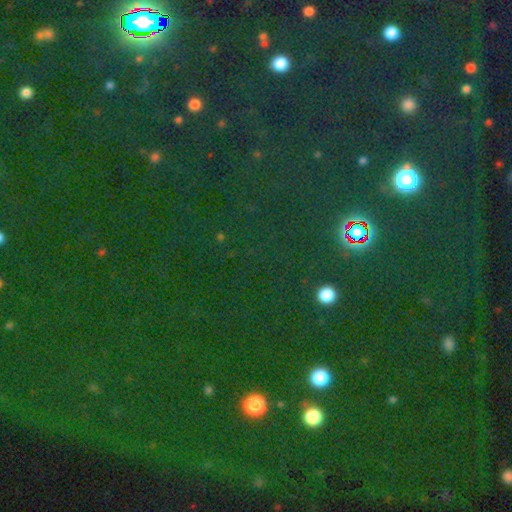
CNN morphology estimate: This is likely a star or artifact rather than a galaxy (79%).